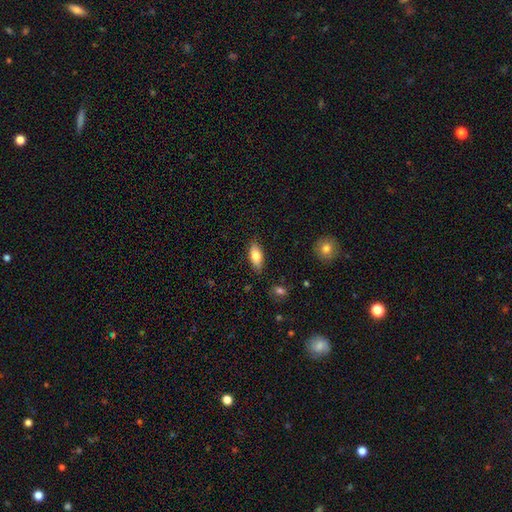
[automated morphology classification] Q: Smooth or featured?
A: smooth (79%); runner-up: featured or disk (14%)
Q: How rounded?
A: in between (82%); runner-up: cigar-shaped (15%)
Q: Merging?
A: none (85%); runner-up: minor disturbance (12%)